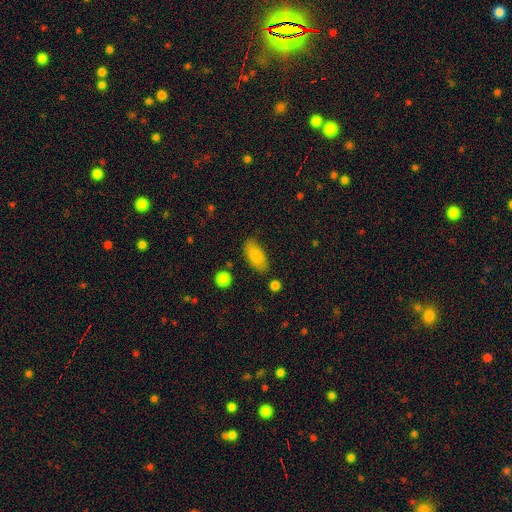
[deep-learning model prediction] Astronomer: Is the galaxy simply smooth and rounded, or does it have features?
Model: smooth — 84%.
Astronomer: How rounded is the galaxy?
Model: in between — 91%.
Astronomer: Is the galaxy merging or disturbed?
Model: none — 77%.